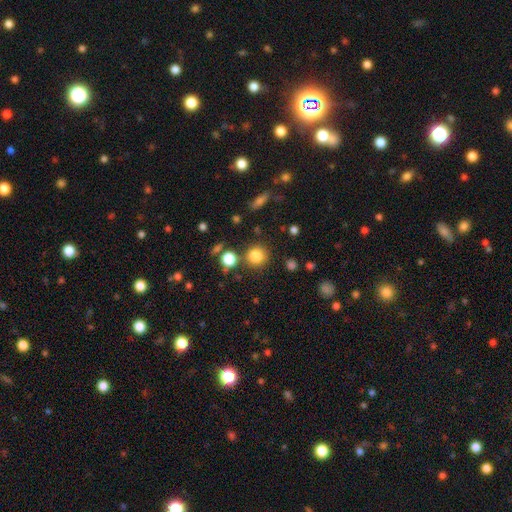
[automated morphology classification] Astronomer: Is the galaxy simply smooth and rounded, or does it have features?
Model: smooth — 82%.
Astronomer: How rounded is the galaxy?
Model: round — 85%.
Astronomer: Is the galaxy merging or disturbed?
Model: none — 77%.